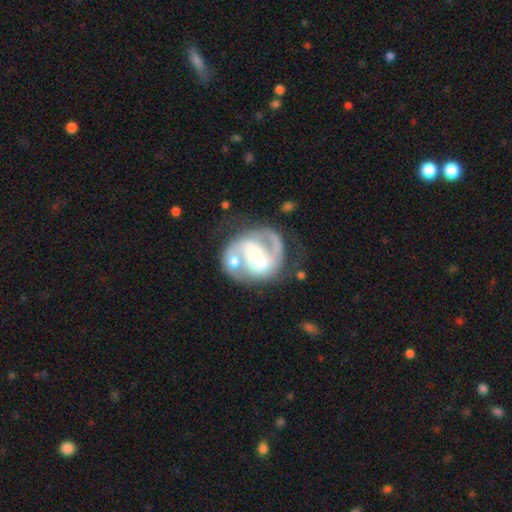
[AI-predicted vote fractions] Smooth or featured?
  - featured or disk: 86% *
  - smooth: 9%
  - star or artifact: 5%
Edge-on disk?
  - no: 98% *
  - yes: 2%
Bar?
  - weak: 40% *
  - no: 34%
  - strong: 26%
Spiral arms?
  - yes: 94% *
  - no: 6%
Spiral winding?
  - medium: 50% *
  - tight: 33%
  - loose: 18%
Spiral arm count?
  - 2: 84% *
  - can't tell: 6%
  - 1: 5%
  - 3: 3%
  - 4: 1%
  - more than 4: 1%
Bulge size?
  - moderate: 55% *
  - small: 35%
  - large: 7%
  - none: 2%
  - dominant: 1%
Merging?
  - none: 55% *
  - merger: 17%
  - minor disturbance: 17%
  - major disturbance: 11%